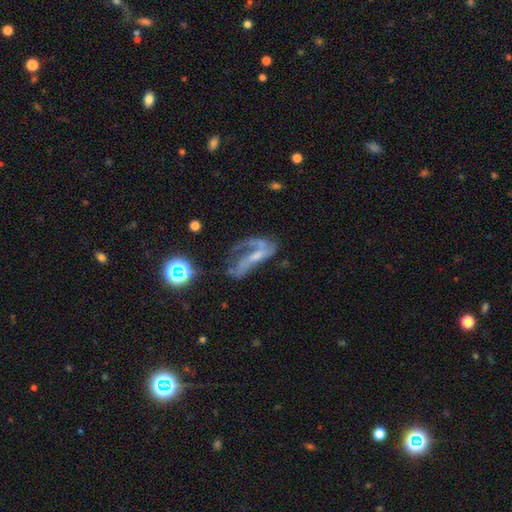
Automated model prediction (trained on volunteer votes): smooth_or_featured: featured or disk (p=0.66) [alt: smooth p=0.19]
disk_edge_on: no (p=0.89) [alt: yes p=0.11]
bar: no (p=0.48) [alt: weak p=0.30]
has_spiral_arms: yes (p=0.65) [alt: no p=0.35]
bulge_size: small (p=0.38) [alt: none p=0.33]
merging: major disturbance (p=0.42) [alt: none p=0.26]